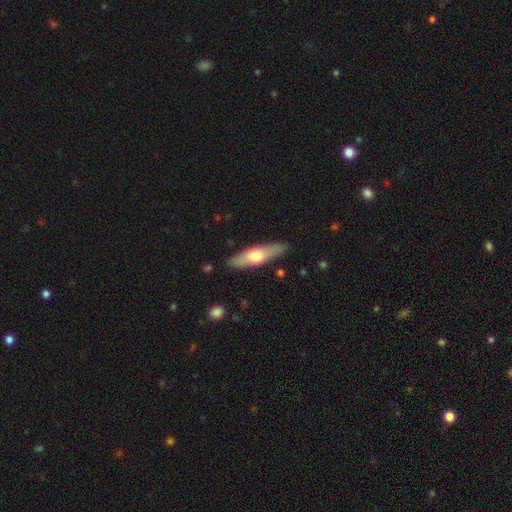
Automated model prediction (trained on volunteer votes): Q: Smooth or featured?
A: smooth (50%); runner-up: featured or disk (45%)
Q: How rounded?
A: cigar-shaped (65%); runner-up: in between (33%)
Q: Merging?
A: none (86%); runner-up: minor disturbance (10%)